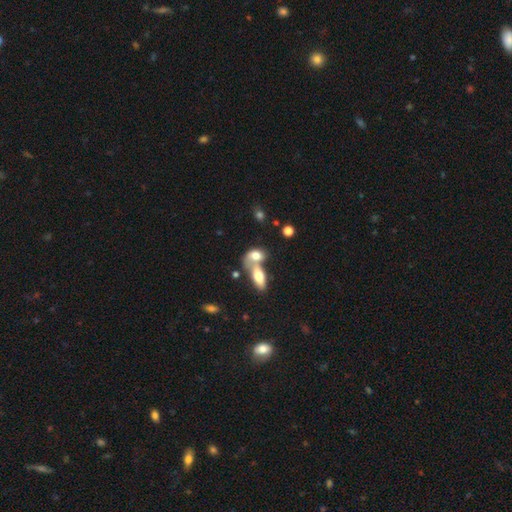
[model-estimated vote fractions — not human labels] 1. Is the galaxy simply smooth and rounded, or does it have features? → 73% smooth, 19% featured or disk, 8% star or artifact.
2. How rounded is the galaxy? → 83% in between, 11% round, 6% cigar-shaped.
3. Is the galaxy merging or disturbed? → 71% merger, 17% none, 7% minor disturbance, 5% major disturbance.